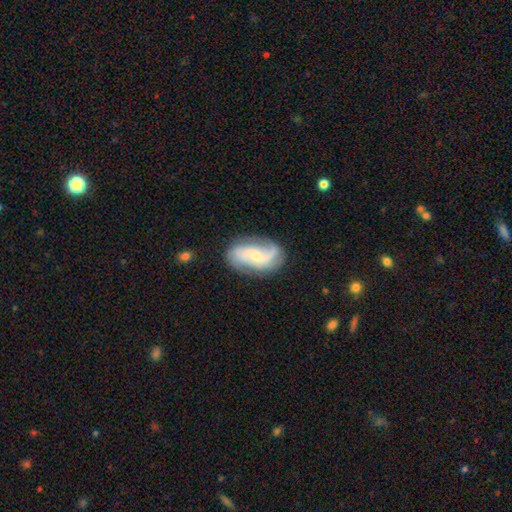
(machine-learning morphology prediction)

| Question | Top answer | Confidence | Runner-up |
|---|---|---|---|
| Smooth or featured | featured or disk | 75% | smooth (19%) |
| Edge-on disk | no | 97% | yes (3%) |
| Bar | weak | 44% | no (41%) |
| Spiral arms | yes | 93% | no (7%) |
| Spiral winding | loose | 50% | medium (36%) |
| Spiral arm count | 2 | 77% | can't tell (10%) |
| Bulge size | small | 60% | moderate (28%) |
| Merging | none | 71% | minor disturbance (19%) |